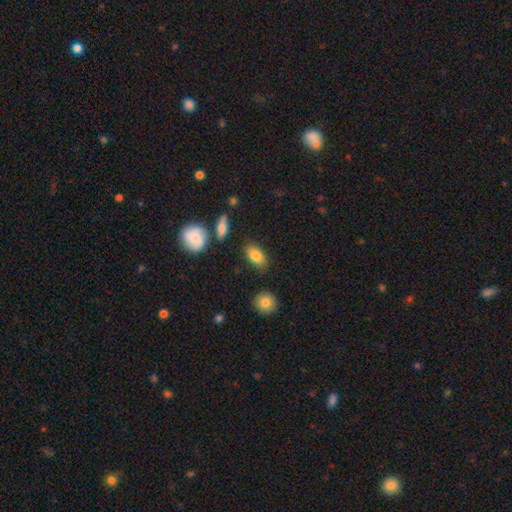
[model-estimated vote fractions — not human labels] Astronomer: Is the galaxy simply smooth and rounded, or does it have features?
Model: smooth — 83%.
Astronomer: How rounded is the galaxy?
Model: in between — 91%.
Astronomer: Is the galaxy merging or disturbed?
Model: none — 81%.